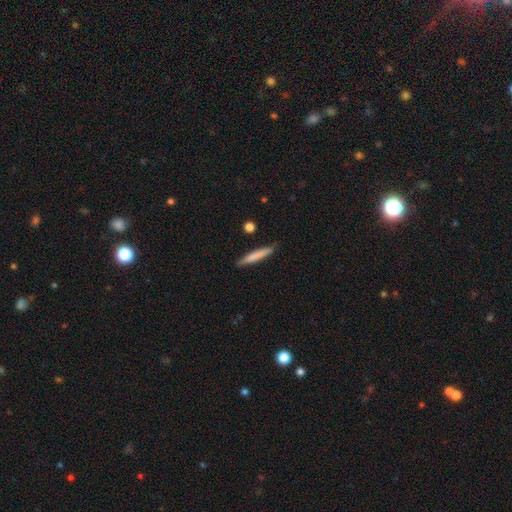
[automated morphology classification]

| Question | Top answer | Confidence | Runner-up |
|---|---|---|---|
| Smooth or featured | smooth | 75% | featured or disk (20%) |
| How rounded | cigar-shaped | 94% | in between (5%) |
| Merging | none | 87% | minor disturbance (10%) |